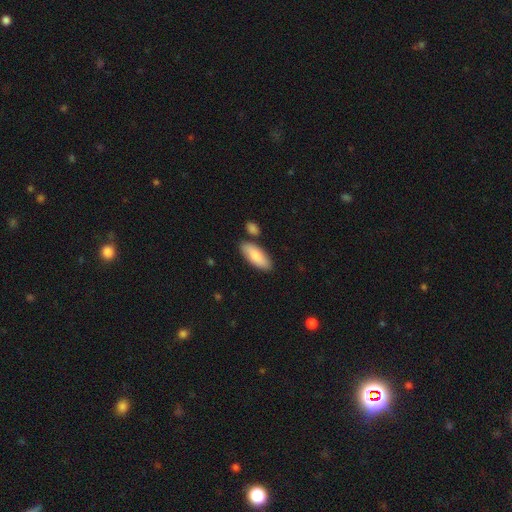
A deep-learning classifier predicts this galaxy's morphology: This appears to be a smooth galaxy with no disk features (81%) that is in between round and cigar-shaped (79%). Merging: none (80%).